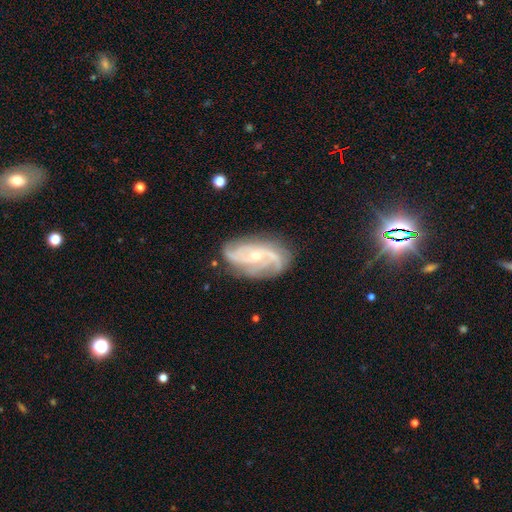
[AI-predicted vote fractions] A featured or disk galaxy (88%) with no bar (55%), 2 (40%) medium (46%) spiral arms (97%) and a small central bulge (59%). Merging: none (75%).